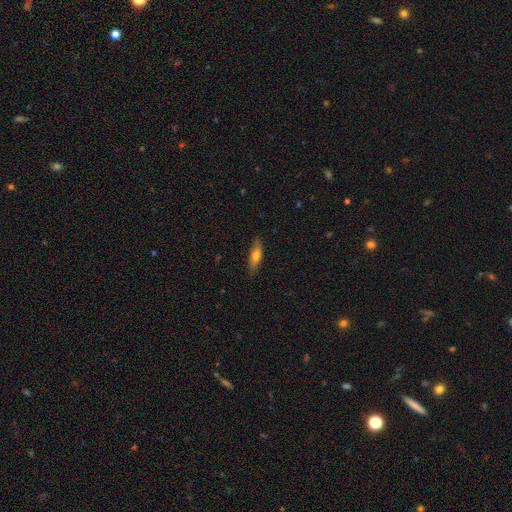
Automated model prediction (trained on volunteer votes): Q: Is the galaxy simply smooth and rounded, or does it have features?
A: smooth — 70%.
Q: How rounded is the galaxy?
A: cigar-shaped — 52%.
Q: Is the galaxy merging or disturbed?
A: none — 84%.